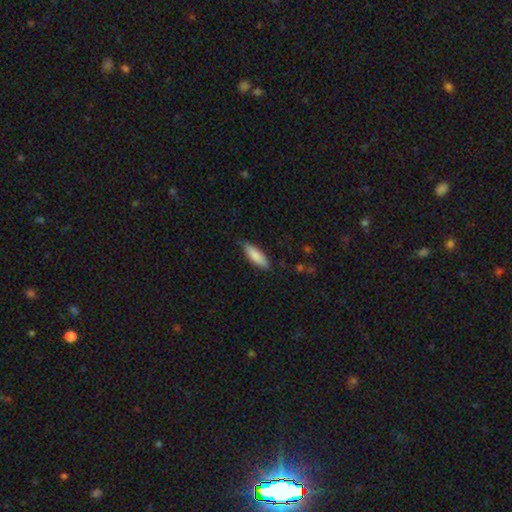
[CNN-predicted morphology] A smooth galaxy with no disk features (86%) that is in between round and cigar-shaped (53%).

Vote fractions:
- Smooth or featured? smooth: 86% / featured or disk: 9% / star or artifact: 5%
- How rounded? in between: 53% / cigar-shaped: 45% / round: 2%
- Merging? none: 78% / minor disturbance: 18% / major disturbance: 3% / merger: 1%